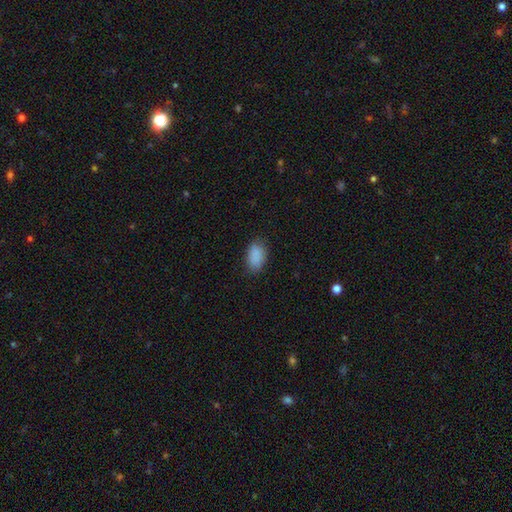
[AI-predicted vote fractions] Overall: smooth (88%). How rounded: in between (91%). Merging: none (79%).